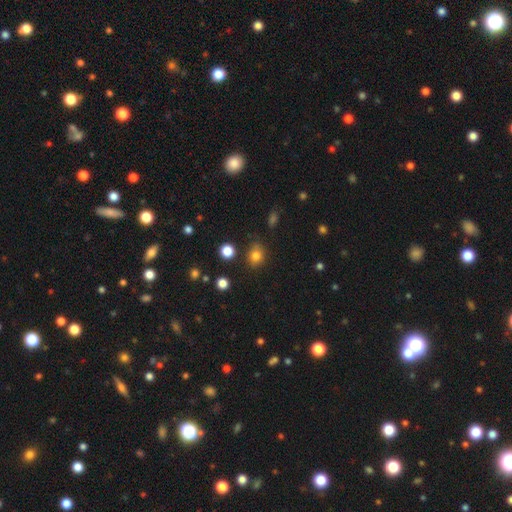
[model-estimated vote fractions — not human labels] A smooth galaxy with no disk features (81%) that is round (65%).

Vote fractions:
- Smooth or featured? smooth: 81% / star or artifact: 13% / featured or disk: 6%
- How rounded? round: 65% / in between: 34% / cigar-shaped: 1%
- Merging? none: 75% / minor disturbance: 17% / major disturbance: 4% / merger: 4%